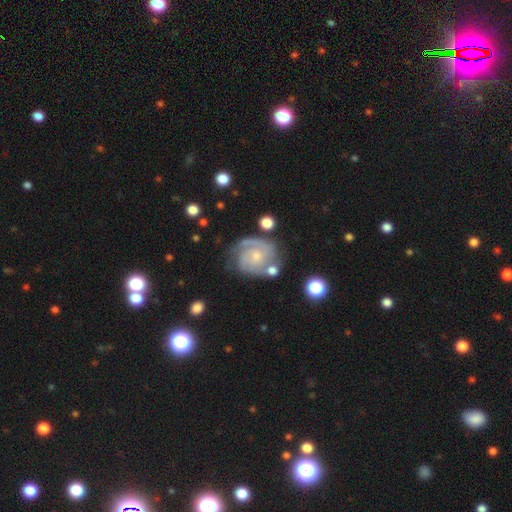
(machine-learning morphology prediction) Smooth or featured?
  - featured or disk: 83% *
  - smooth: 11%
  - star or artifact: 5%
Edge-on disk?
  - no: 98% *
  - yes: 2%
Bar?
  - no: 71% *
  - weak: 25%
  - strong: 4%
Spiral arms?
  - yes: 95% *
  - no: 5%
Spiral winding?
  - tight: 60% *
  - medium: 33%
  - loose: 8%
Spiral arm count?
  - 2: 52% *
  - can't tell: 18%
  - 3: 17%
  - 1: 6%
  - 4: 4%
  - more than 4: 3%
Bulge size?
  - small: 69% *
  - moderate: 25%
  - none: 4%
  - large: 1%
  - dominant: 1%
Merging?
  - none: 64% *
  - minor disturbance: 20%
  - major disturbance: 9%
  - merger: 7%